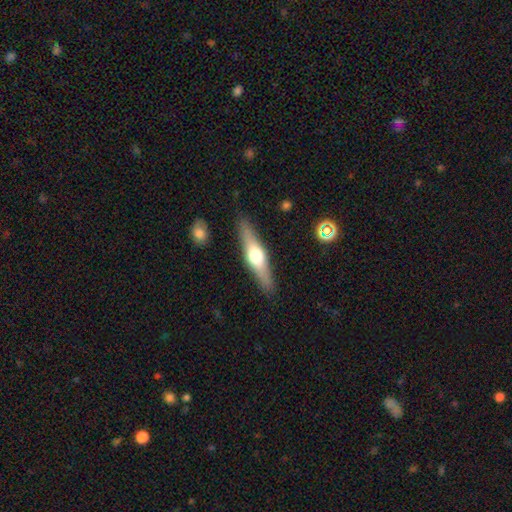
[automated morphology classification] A featured or disk galaxy (57%) viewed edge-on (93%) with a rounded central bulge (93%). Merging: none (88%).